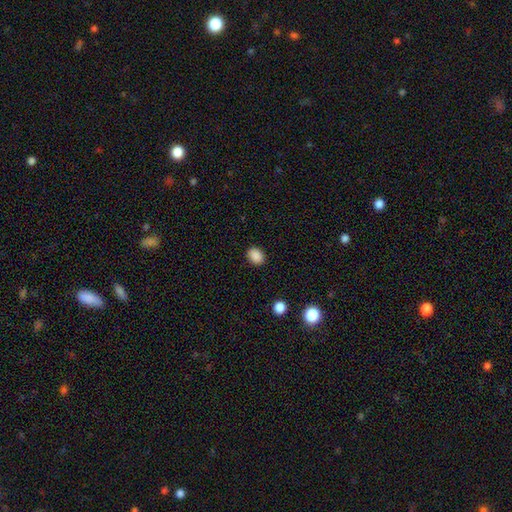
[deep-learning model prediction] This is clearly a smooth galaxy (88%). How rounded: possibly in between (58%). Merging: clearly none (88%).